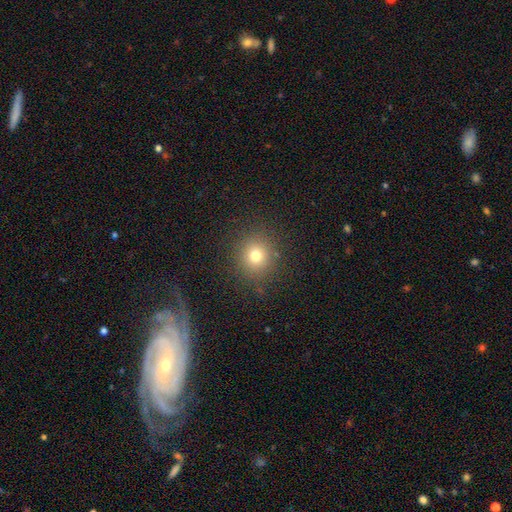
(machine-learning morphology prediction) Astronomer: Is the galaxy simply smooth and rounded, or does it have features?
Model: smooth — 74%.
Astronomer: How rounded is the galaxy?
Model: round — 87%.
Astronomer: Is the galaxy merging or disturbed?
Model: none — 87%.